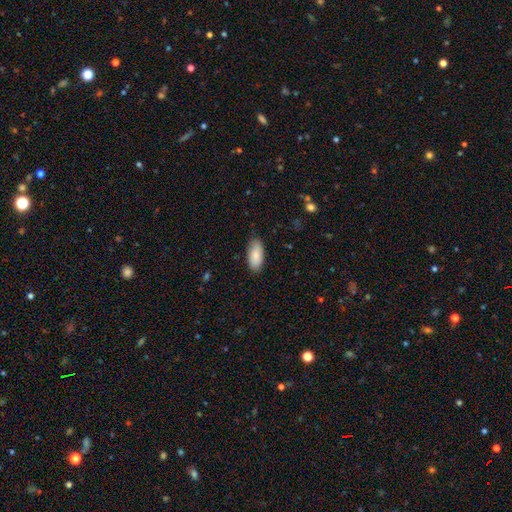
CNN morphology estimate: Overall: smooth (84%). How rounded: in between (89%). Merging: none (83%).